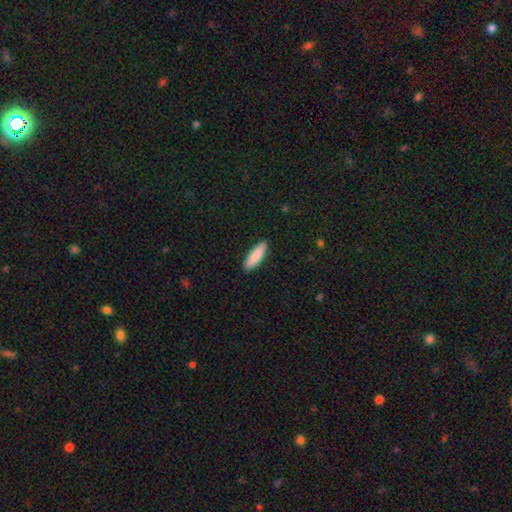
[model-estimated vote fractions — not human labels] A smooth galaxy with no disk features (87%) that is cigar-shaped (53%).

Vote fractions:
- Smooth or featured? smooth: 87% / featured or disk: 7% / star or artifact: 5%
- How rounded? cigar-shaped: 53% / in between: 46% / round: 1%
- Merging? none: 90% / minor disturbance: 7% / major disturbance: 2% / merger: 1%